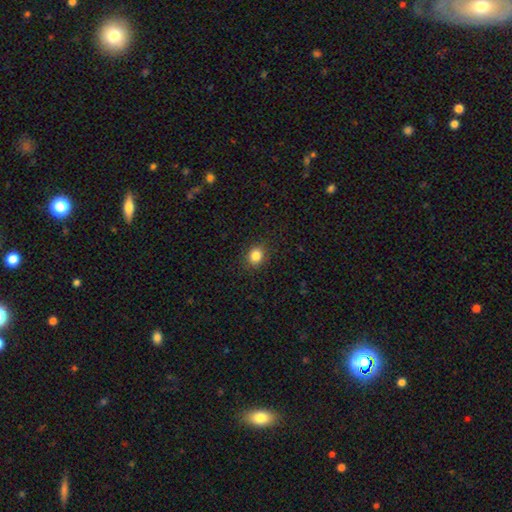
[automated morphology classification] This appears to be a smooth galaxy with no disk features (85%) that is round (68%). Merging: none (89%).